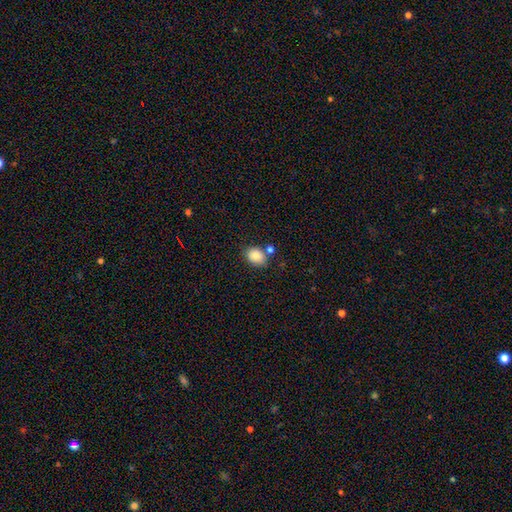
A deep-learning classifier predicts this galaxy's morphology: A smooth galaxy with no disk features (86%) that is in between round and cigar-shaped (55%).

Vote fractions:
- Smooth or featured? smooth: 86% / star or artifact: 9% / featured or disk: 5%
- How rounded? in between: 55% / round: 44% / cigar-shaped: 1%
- Merging? none: 71% / minor disturbance: 13% / merger: 13% / major disturbance: 3%